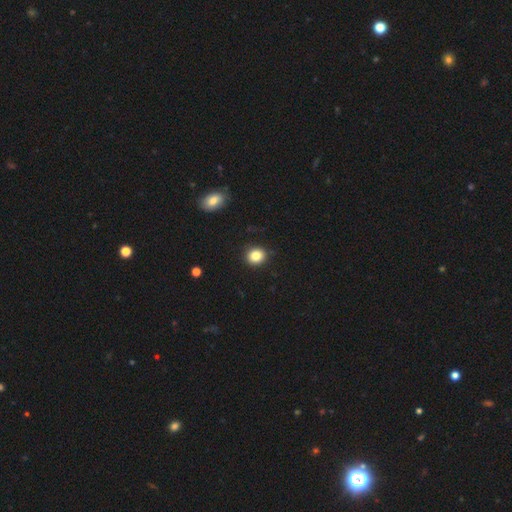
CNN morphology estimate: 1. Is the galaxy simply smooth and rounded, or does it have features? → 84% smooth, 10% star or artifact, 5% featured or disk.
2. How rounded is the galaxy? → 84% round, 15% in between, 1% cigar-shaped.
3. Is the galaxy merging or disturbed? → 90% none, 7% minor disturbance, 2% major disturbance, 1% merger.